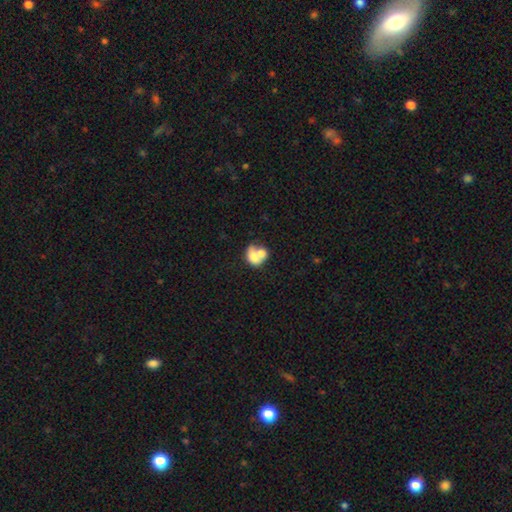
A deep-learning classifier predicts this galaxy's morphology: A smooth galaxy with no disk features (65%) that is in between round and cigar-shaped (53%).

Vote fractions:
- Smooth or featured? smooth: 65% / featured or disk: 27% / star or artifact: 8%
- How rounded? in between: 53% / round: 45% / cigar-shaped: 1%
- Merging? merger: 66% / none: 18% / minor disturbance: 9% / major disturbance: 7%